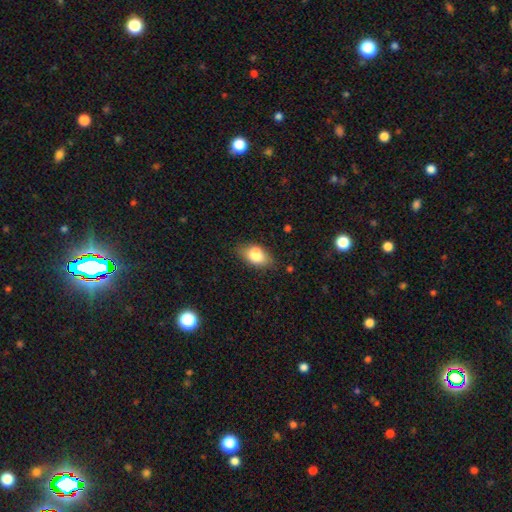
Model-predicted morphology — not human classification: The model was most divided on "merging": none: 70%, minor disturbance: 20%, merger: 6%, major disturbance: 5%. More confident: how rounded — in between (87%); smooth or featured — smooth (79%).